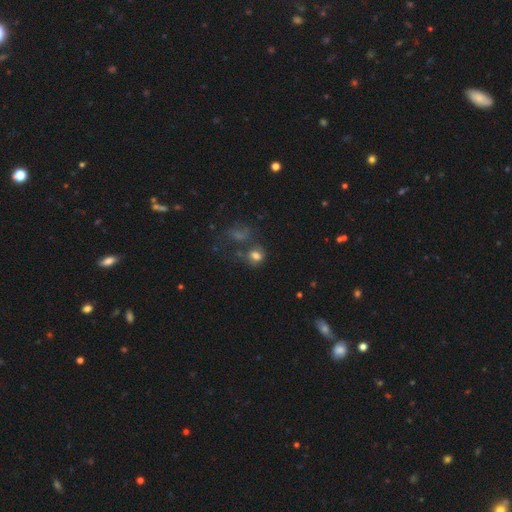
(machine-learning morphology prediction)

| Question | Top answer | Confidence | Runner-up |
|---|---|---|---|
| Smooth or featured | smooth | 71% | star or artifact (16%) |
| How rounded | round | 55% | in between (44%) |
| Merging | none | 43% | merger (27%) |